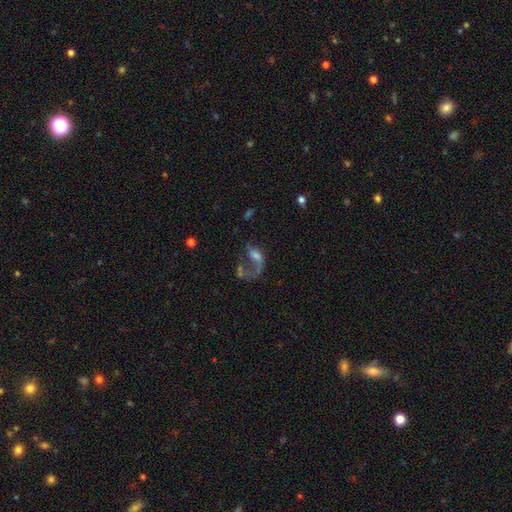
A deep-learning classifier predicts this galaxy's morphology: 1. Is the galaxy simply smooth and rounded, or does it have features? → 63% featured or disk, 21% smooth, 16% star or artifact.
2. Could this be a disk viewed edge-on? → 95% no, 5% yes.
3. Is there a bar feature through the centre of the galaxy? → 71% no, 22% weak, 6% strong.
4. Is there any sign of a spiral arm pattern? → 67% yes, 33% no.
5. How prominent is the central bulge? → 37% moderate, 29% small, 18% none, 11% large, 4% dominant.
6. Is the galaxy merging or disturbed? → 44% major disturbance, 27% none, 17% merger, 12% minor disturbance.